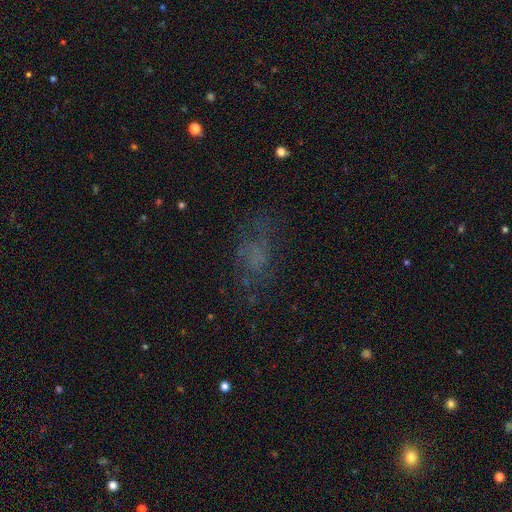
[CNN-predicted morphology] Smooth or featured?
  - smooth: 44% *
  - featured or disk: 32%
  - star or artifact: 24%
Merging?
  - none: 55% *
  - major disturbance: 23%
  - minor disturbance: 20%
  - merger: 2%